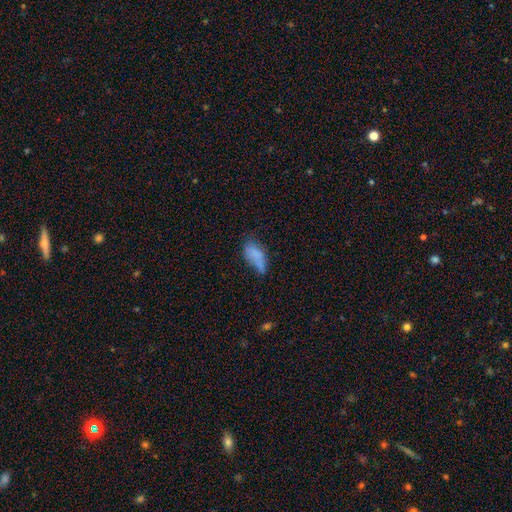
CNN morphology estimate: This appears to be a smooth galaxy with no disk features (70%) that is in between round and cigar-shaped (86%). Merging: minor disturbance (34%).